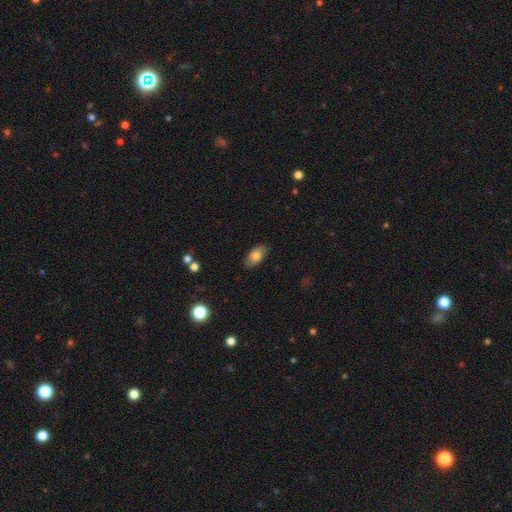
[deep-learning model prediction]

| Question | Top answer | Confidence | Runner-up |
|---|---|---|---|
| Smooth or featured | smooth | 77% | featured or disk (15%) |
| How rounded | in between | 92% | round (5%) |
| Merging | none | 83% | minor disturbance (13%) |